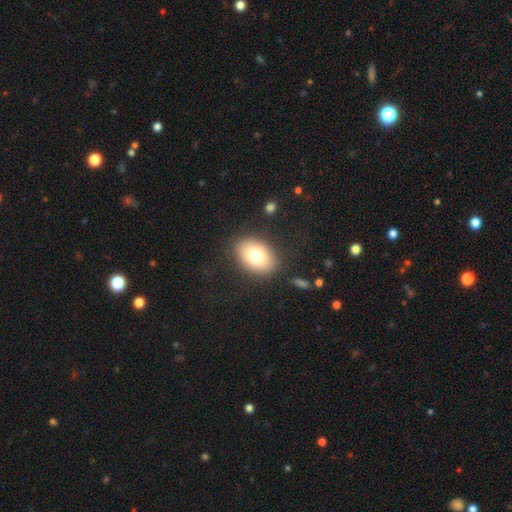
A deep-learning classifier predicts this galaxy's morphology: Overall: smooth (77%). How rounded: in between (79%). Merging: none (85%).